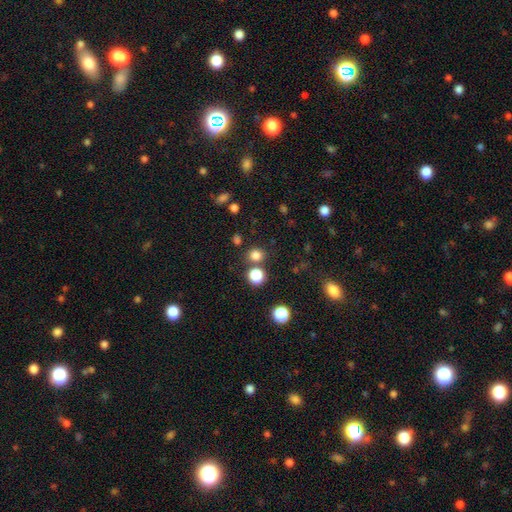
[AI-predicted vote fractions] Smooth or featured: smooth — 78% (star or artifact — 18%)
How rounded: round — 85% (in between — 14%)
Merging: none — 77% (merger — 13%)